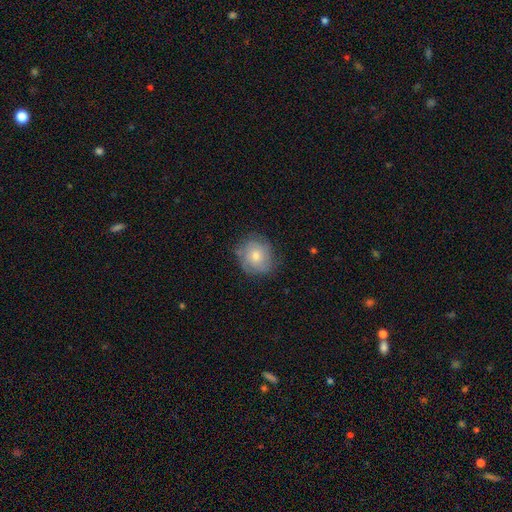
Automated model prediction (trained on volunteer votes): A smooth galaxy with no disk features (54%) that is round (85%). Merging: none (74%).